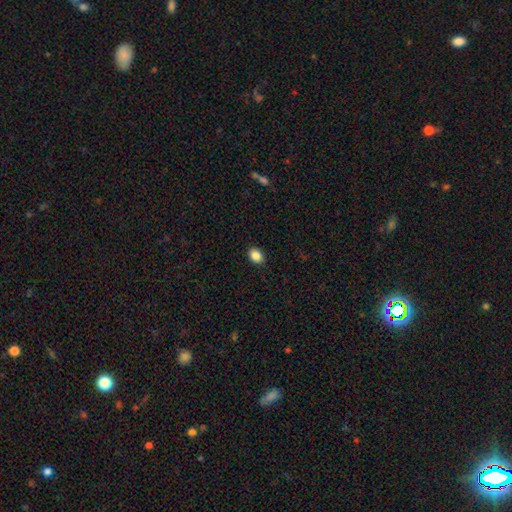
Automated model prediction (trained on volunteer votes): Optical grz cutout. It shows a smooth galaxy with no disk features (86%) that is in between round and cigar-shaped (72%). Merging: none (89%).